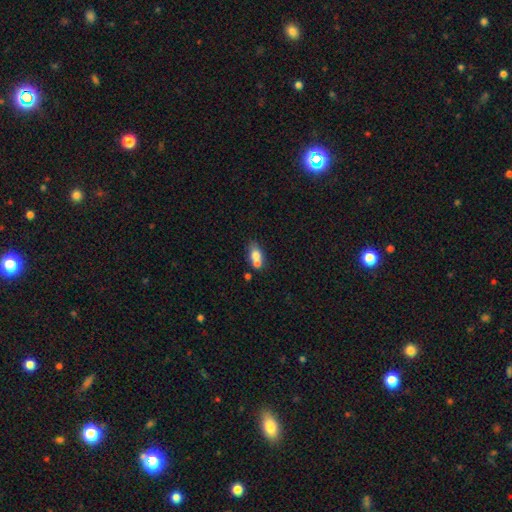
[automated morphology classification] Q: Smooth or featured?
A: smooth (71%); runner-up: featured or disk (20%)
Q: How rounded?
A: in between (74%); runner-up: round (20%)
Q: Merging?
A: merger (51%); runner-up: none (32%)